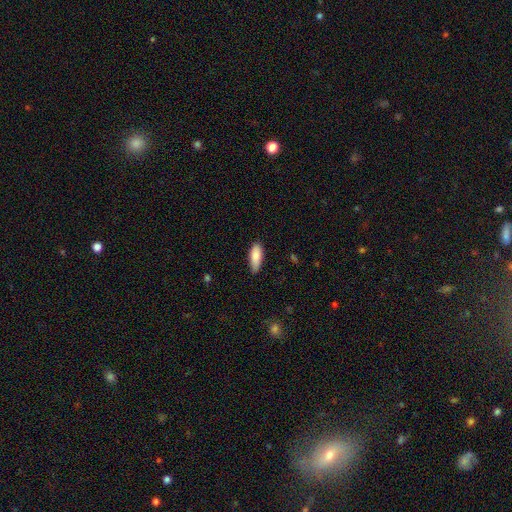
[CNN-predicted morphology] The model was most divided on "how rounded": in between: 72%, cigar-shaped: 26%, round: 2%. More confident: smooth or featured — smooth (85%); merging — none (74%).